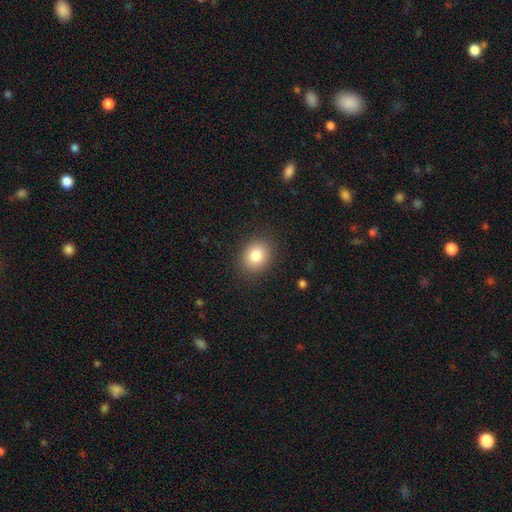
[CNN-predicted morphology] smooth 83%, star or artifact 10%, featured or disk 8%. Down the decision tree: how rounded — round (62%); merging — none (88%).